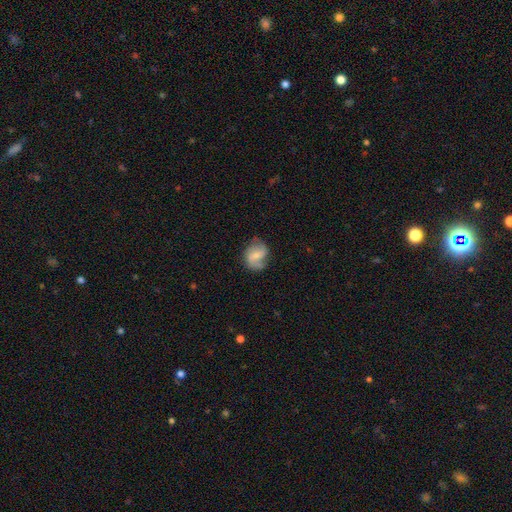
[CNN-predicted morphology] Overall: featured or disk (62%; smooth 31%). Edge-on disk: no (97%). Bar: weak (49%; no 33%). Spiral arms: yes (89%). Spiral arm count: 2 (76%). Spiral winding: medium (43%; loose 41%). Bulge size: small (48%; moderate 35%). Merging: none (63%; minor disturbance 24%).